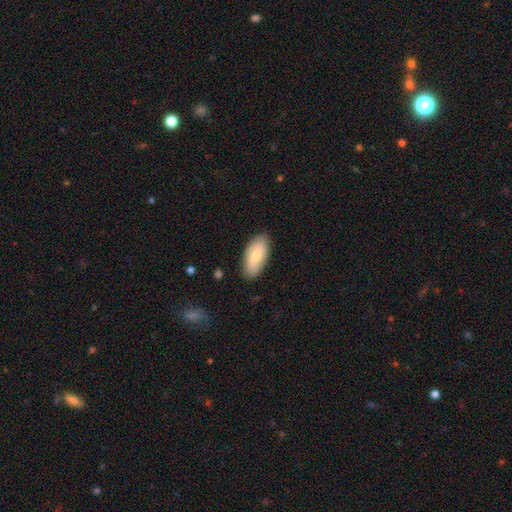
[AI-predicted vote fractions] The model was most divided on "smooth or featured": smooth: 74%, featured or disk: 20%, star or artifact: 5%. More confident: how rounded — in between (91%); merging — none (85%).